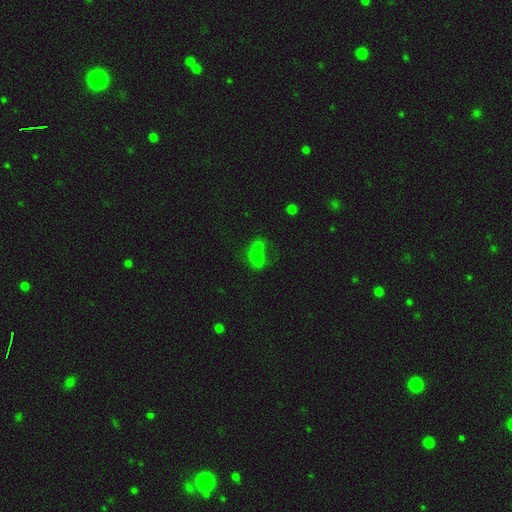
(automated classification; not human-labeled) The model was most divided on "how rounded": in between: 62%, round: 36%, cigar-shaped: 2%. More confident: smooth or featured — smooth (64%); merging — merger (62%).